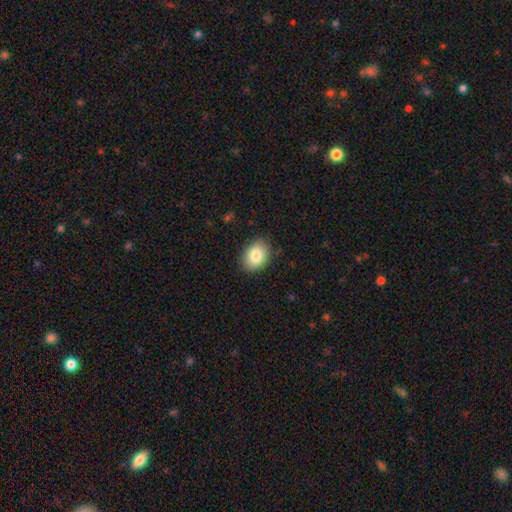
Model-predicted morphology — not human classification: type=smooth (84%); roundness=in between (74%); merging=none (84%).